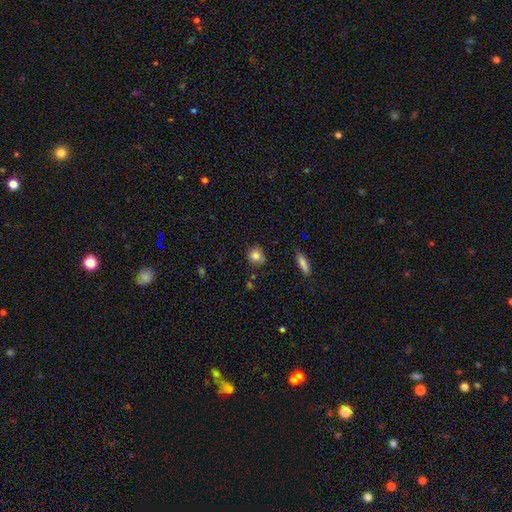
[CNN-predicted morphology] smooth-or-featured: smooth: 82% | star or artifact: 10% | featured or disk: 8%
  how-rounded: round: 76% | in between: 22% | cigar-shaped: 2%
  merging: none: 71% | minor disturbance: 20% | major disturbance: 4% | merger: 4%